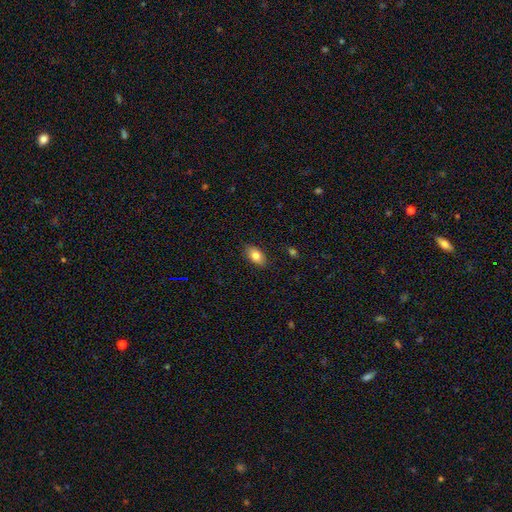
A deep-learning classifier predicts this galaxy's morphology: This appears to be a smooth galaxy with no disk features (82%) that is in between round and cigar-shaped (91%). Merging: none (87%).